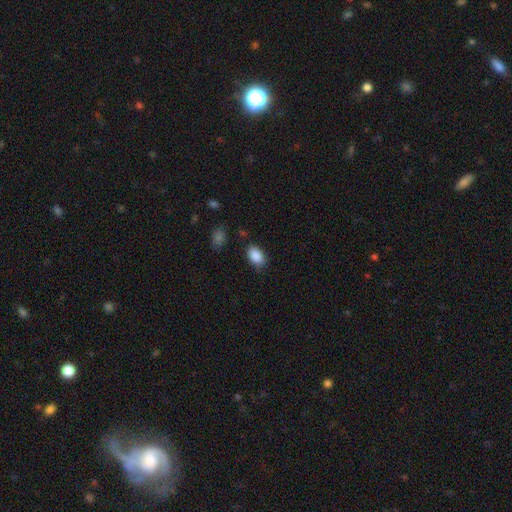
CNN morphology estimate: Smooth or featured: smooth — 89% (star or artifact — 7%)
How rounded: in between — 89% (round — 9%)
Merging: none — 82% (minor disturbance — 13%)